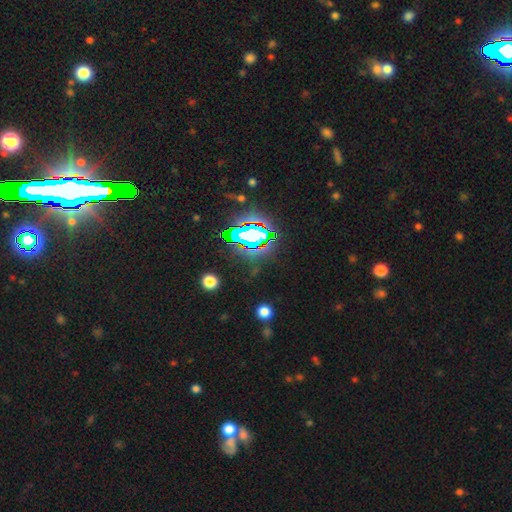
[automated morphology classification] Overall: star or artifact (82%).